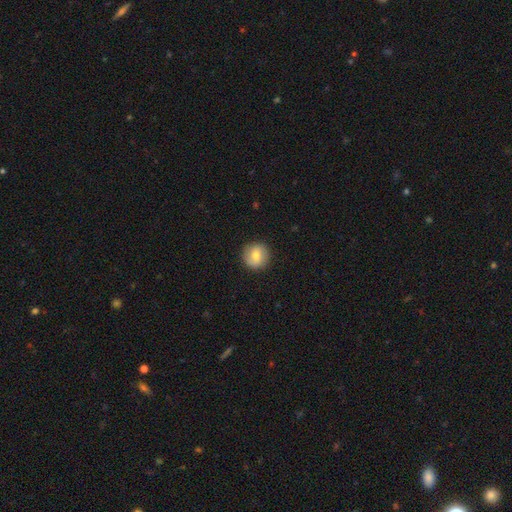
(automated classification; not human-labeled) Overall: smooth (72%). How rounded: round (94%). Merging: none (89%).